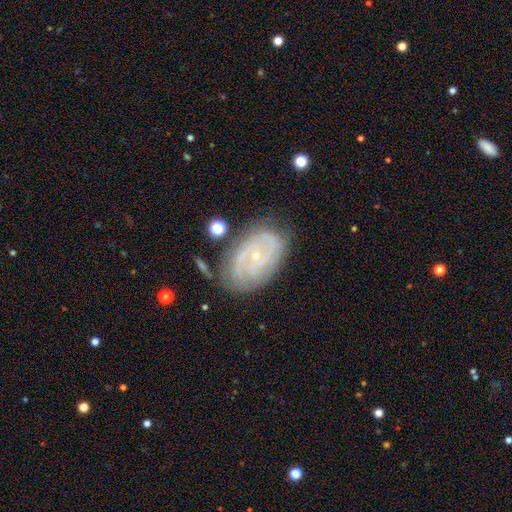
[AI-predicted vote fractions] smooth-or-featured: featured or disk: 80% | smooth: 12% | star or artifact: 7%
  disk-edge-on: no: 96% | yes: 4%
    bar: no: 70% | weak: 24% | strong: 6%
    has-spiral-arms: yes: 91% | no: 9%
      spiral-winding: tight: 63% | medium: 29% | loose: 8%
      spiral-arm-count: 2: 37% | can't tell: 31% | 3: 16% | 4: 7% | 1: 5% | more than 4: 4%
    bulge-size: small: 83% | moderate: 13% | none: 2% | large: 1% | dominant: 1%
  merging: none: 69% | minor disturbance: 21% | major disturbance: 7% | merger: 3%